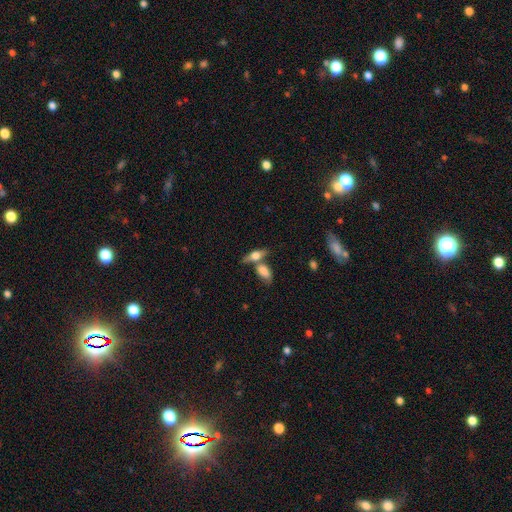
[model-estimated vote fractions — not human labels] Q: Smooth or featured?
A: smooth (53%); runner-up: featured or disk (38%)
Q: How rounded?
A: in between (65%); runner-up: cigar-shaped (28%)
Q: Merging?
A: none (50%); runner-up: merger (34%)